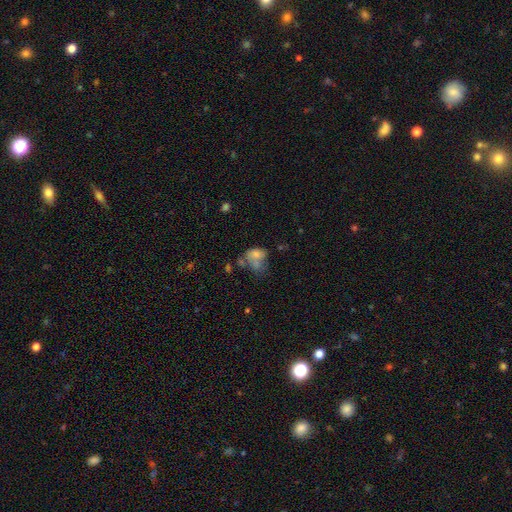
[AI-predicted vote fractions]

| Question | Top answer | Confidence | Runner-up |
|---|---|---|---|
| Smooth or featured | smooth | 64% | featured or disk (24%) |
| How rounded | in between | 72% | round (26%) |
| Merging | merger | 32% | major disturbance (27%) |